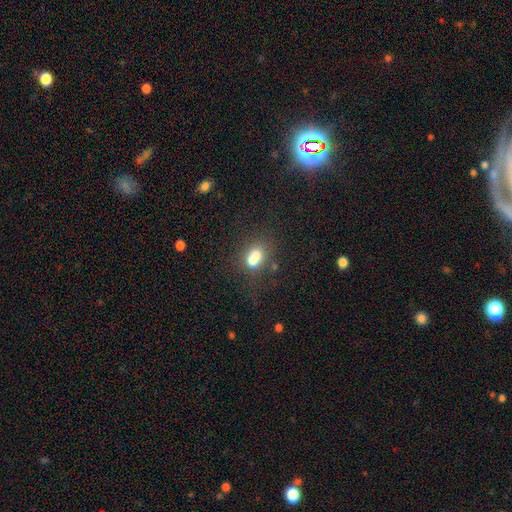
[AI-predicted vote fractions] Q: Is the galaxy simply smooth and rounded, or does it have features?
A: smooth — 65%.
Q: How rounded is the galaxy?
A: round — 51%.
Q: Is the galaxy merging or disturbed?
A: merger — 58%.